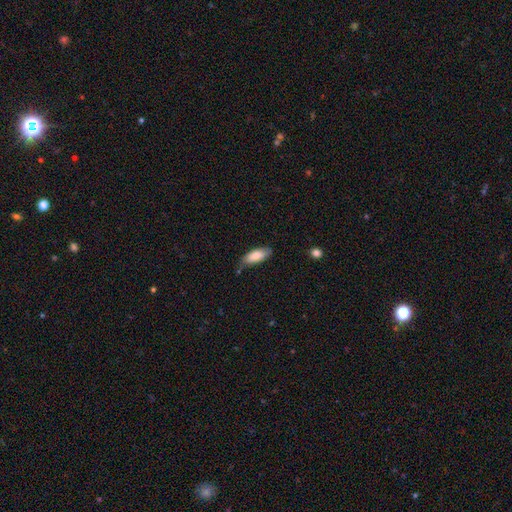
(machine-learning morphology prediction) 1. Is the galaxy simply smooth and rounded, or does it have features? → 82% smooth, 12% featured or disk, 6% star or artifact.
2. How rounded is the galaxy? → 76% in between, 23% cigar-shaped, 2% round.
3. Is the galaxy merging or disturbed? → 67% none, 25% minor disturbance, 5% major disturbance, 4% merger.